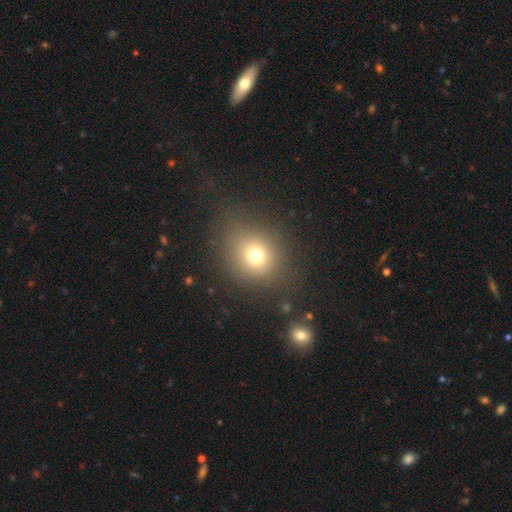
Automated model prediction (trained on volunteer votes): Smooth or featured: smooth — 71% (star or artifact — 17%)
How rounded: round — 76% (in between — 23%)
Merging: none — 79% (minor disturbance — 12%)